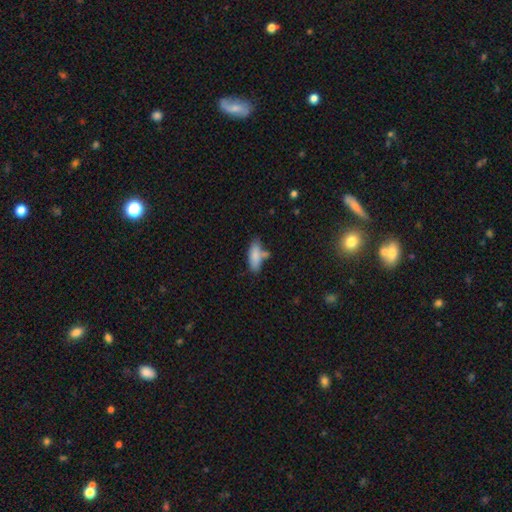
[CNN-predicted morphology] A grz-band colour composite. It shows a smooth galaxy with no disk features (82%) that is in between round and cigar-shaped (70%). Merging: none (55%).